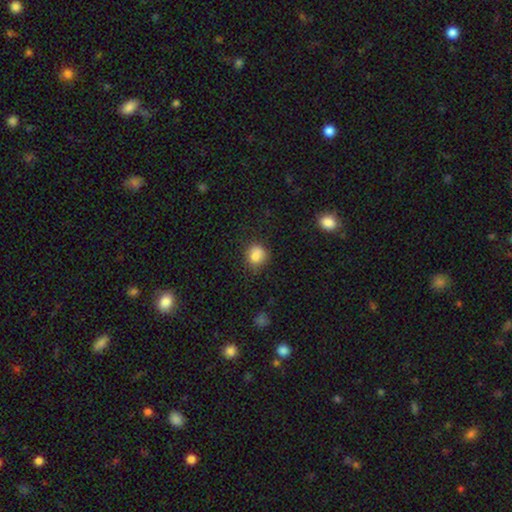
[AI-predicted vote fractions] smooth_or_featured: smooth (p=0.82) [alt: star or artifact p=0.11]
how_rounded: round (p=0.74) [alt: in between p=0.25]
merging: none (p=0.66) [alt: minor disturbance p=0.22]